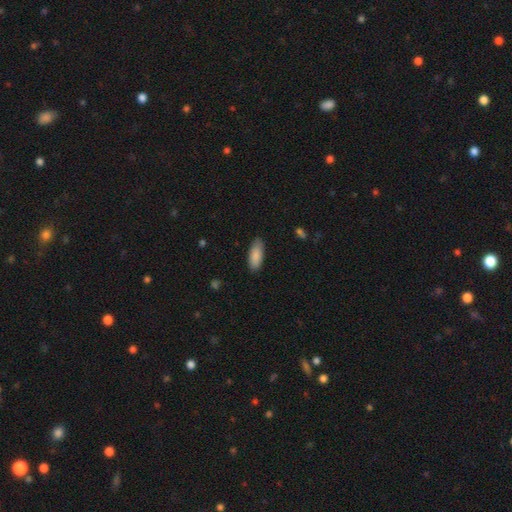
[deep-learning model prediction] smooth 88%, featured or disk 6%, star or artifact 6%. Down the decision tree: how rounded — in between (79%); merging — none (85%).